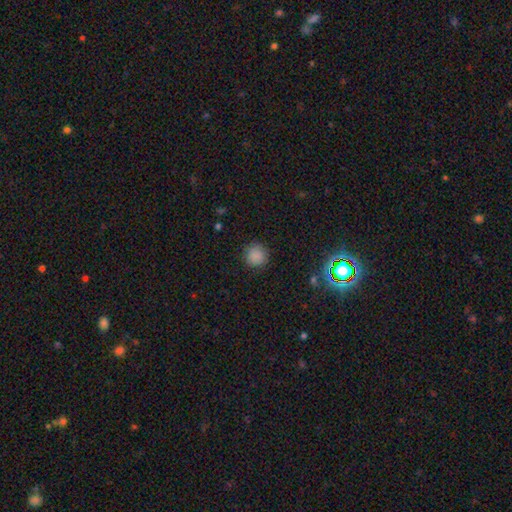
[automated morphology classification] This appears to be a smooth galaxy with no disk features (85%) that is round (94%). Merging: none (89%).